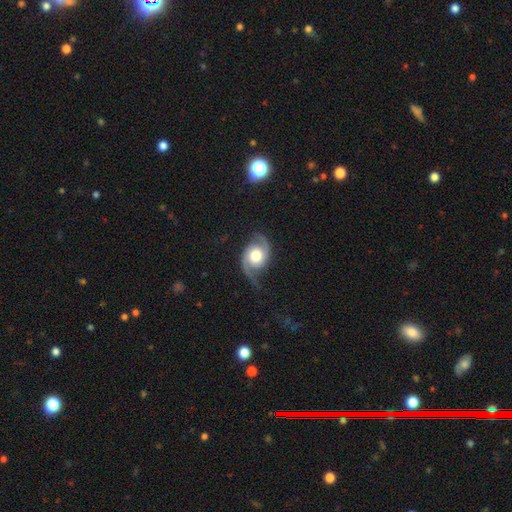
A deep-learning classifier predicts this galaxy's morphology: Smooth or featured? featured or disk (85%)
Edge-on disk? no (97%)
Bar? no (72%)
Spiral arms? yes (96%)
Spiral winding? medium (47%)
Spiral arm count? 2 (92%)
Bulge size? moderate (46%)
Merging? none (65%)